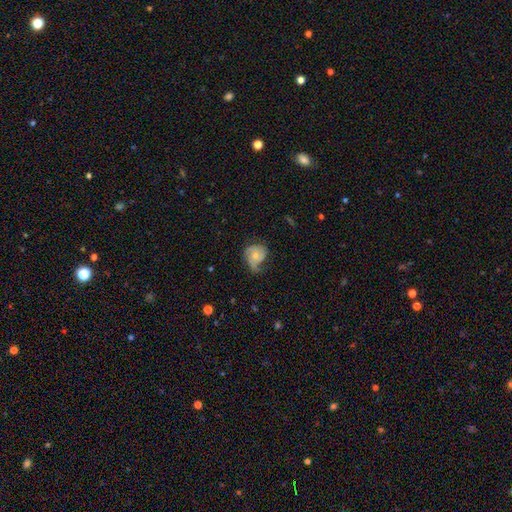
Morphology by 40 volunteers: Overall: featured or disk (57%; smooth 32%). Edge-on disk: no (96%). Bar: no (82%). Spiral arms: yes (91%). Spiral arm count: 2 (50%; can't tell 20%). Spiral winding: medium (40%; tight 35%). Bulge size: moderate (50%, tied with small). Merging: minor disturbance (53%; major disturbance 28%).